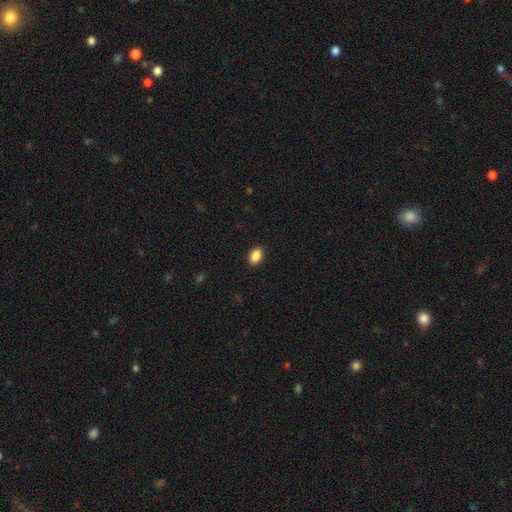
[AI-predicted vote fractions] smooth 89%, star or artifact 8%, featured or disk 3%. Down the decision tree: how rounded — in between (87%); merging — none (90%).